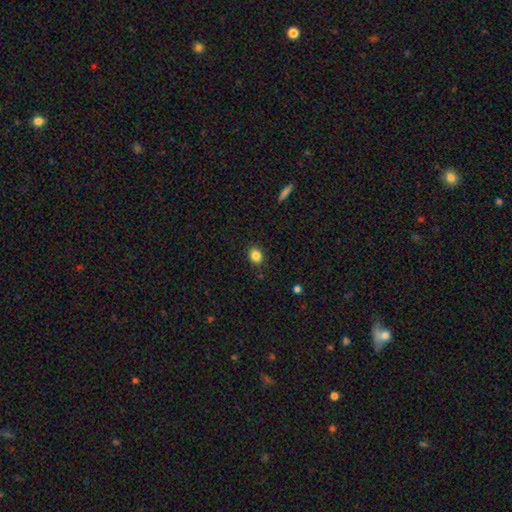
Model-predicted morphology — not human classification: smooth 84%, star or artifact 11%, featured or disk 5%. Down the decision tree: how rounded — round (62%); merging — none (88%).